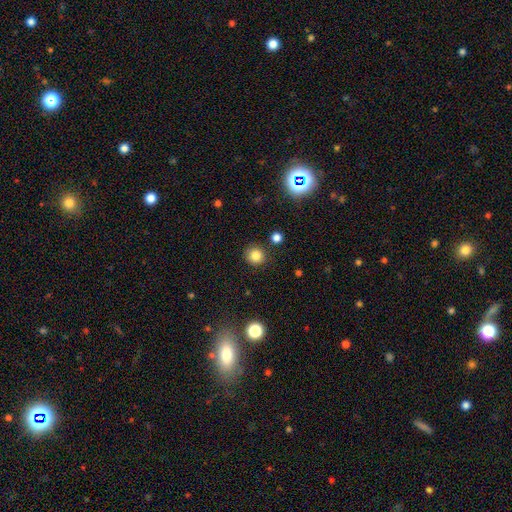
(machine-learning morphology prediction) Smooth or featured? smooth (82%)
How rounded? round (92%)
Merging? none (87%)